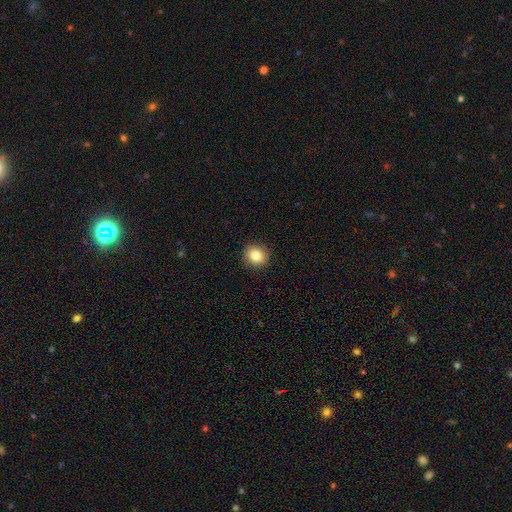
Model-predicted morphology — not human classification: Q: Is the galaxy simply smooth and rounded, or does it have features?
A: smooth — 85%.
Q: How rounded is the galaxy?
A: round — 75%.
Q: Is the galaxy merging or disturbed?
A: none — 90%.